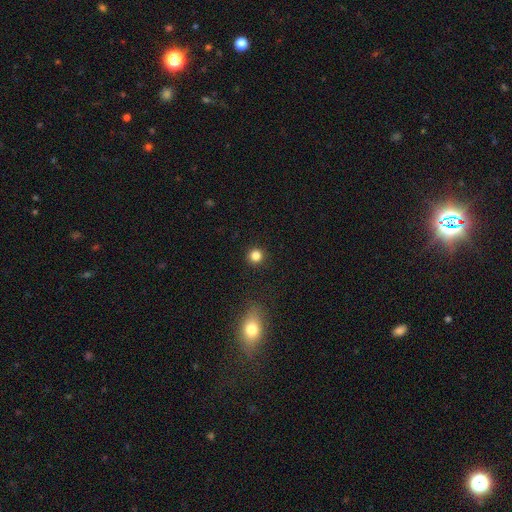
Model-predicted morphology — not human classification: Smooth or featured? smooth (83%)
How rounded? round (94%)
Merging? none (91%)